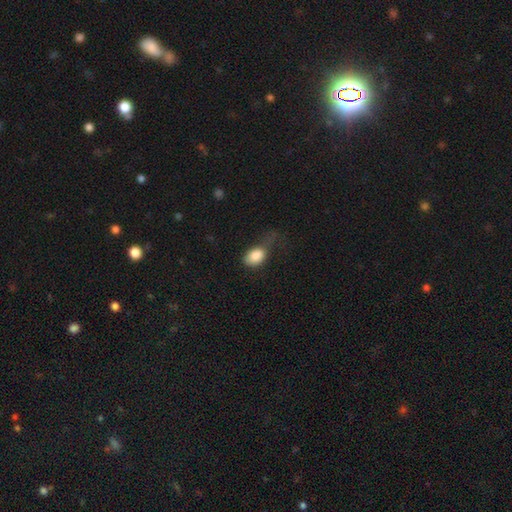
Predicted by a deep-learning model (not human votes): Overall: smooth (85%). How rounded: in between (83%). Merging: major disturbance (38%; minor disturbance 30%).